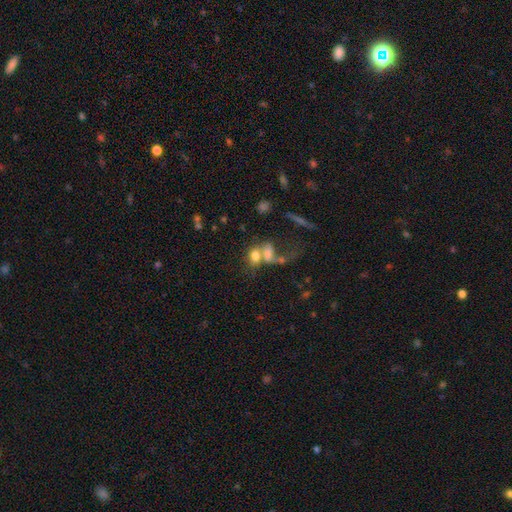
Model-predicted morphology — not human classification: Overall: smooth (61%; featured or disk 26%). How rounded: in between (66%; round 30%). Merging: merger (69%).